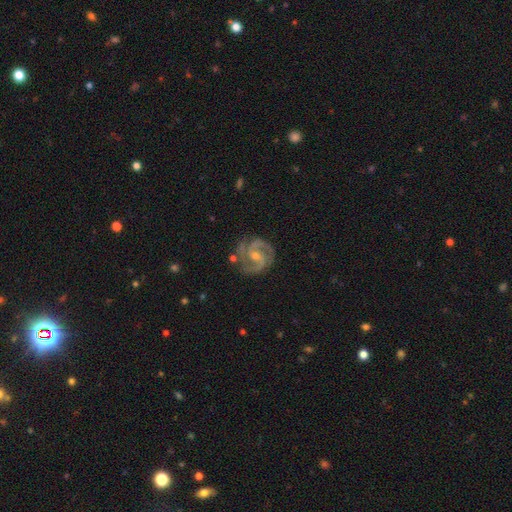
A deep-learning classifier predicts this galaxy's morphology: smooth-or-featured: featured or disk: 91% | star or artifact: 5% | smooth: 4%
  disk-edge-on: no: 98% | yes: 2%
    bar: no: 44% | weak: 41% | strong: 15%
    has-spiral-arms: yes: 98% | no: 2%
      spiral-winding: medium: 53% | tight: 38% | loose: 9%
      spiral-arm-count: 2: 63% | 3: 25% | can't tell: 4% | 4: 3% | 1: 2% | more than 4: 2%
    bulge-size: small: 57% | moderate: 40% | none: 1% | large: 1% | dominant: 1%
  merging: none: 77% | minor disturbance: 16% | major disturbance: 5% | merger: 2%